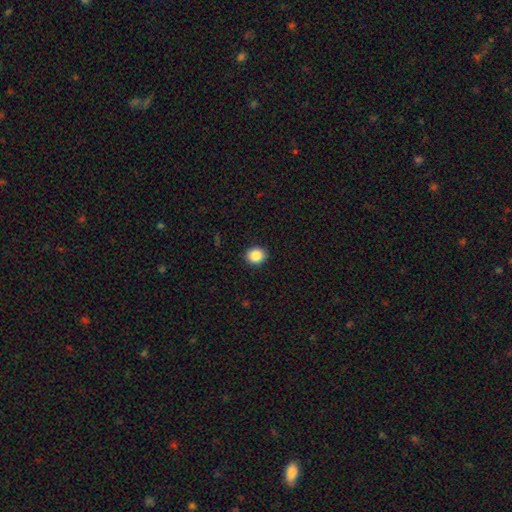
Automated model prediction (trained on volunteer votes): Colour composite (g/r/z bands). It shows a smooth galaxy with no disk features (87%) that is round (76%). Merging: none (92%).